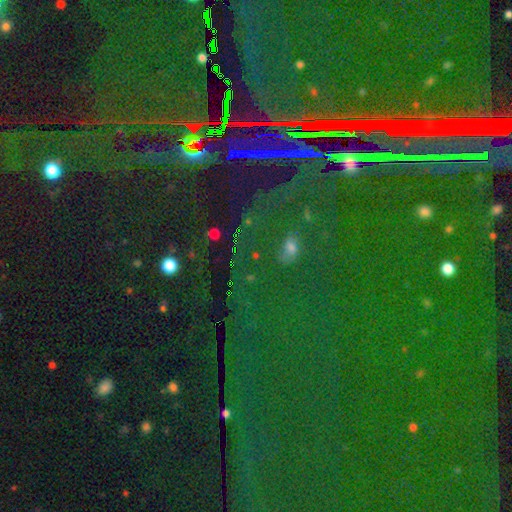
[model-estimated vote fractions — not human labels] Smooth or featured? Predicted: star or artifact (p=0.58).